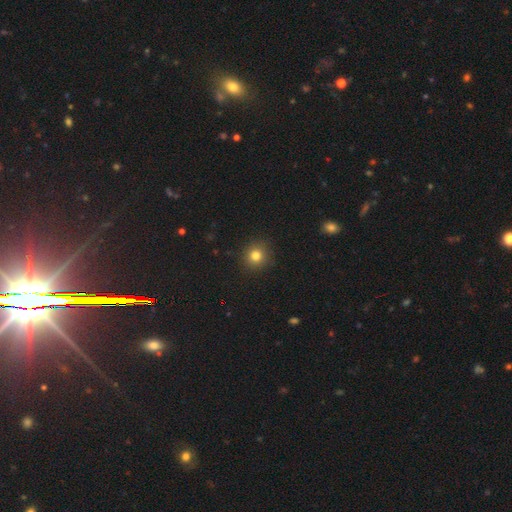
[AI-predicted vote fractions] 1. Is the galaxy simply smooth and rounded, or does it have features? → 81% smooth, 13% star or artifact, 6% featured or disk.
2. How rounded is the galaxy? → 90% round, 9% in between, 1% cigar-shaped.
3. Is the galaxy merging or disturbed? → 91% none, 6% minor disturbance, 2% major disturbance, 1% merger.